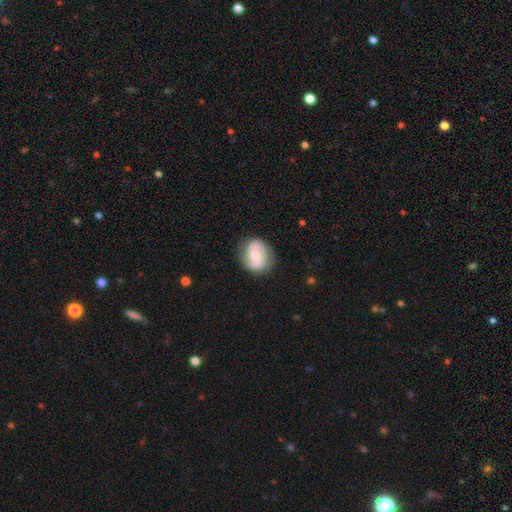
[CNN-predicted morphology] Smooth or featured: featured or disk — 69% (smooth — 25%)
Edge-on disk: no — 98% (yes — 2%)
Bar: no — 46% (weak — 41%)
Spiral arms: yes — 89% (no — 11%)
Spiral winding: medium — 45% (tight — 29%)
Spiral arm count: 2 — 87% (can't tell — 7%)
Bulge size: moderate — 51% (small — 43%)
Merging: none — 79% (minor disturbance — 15%)